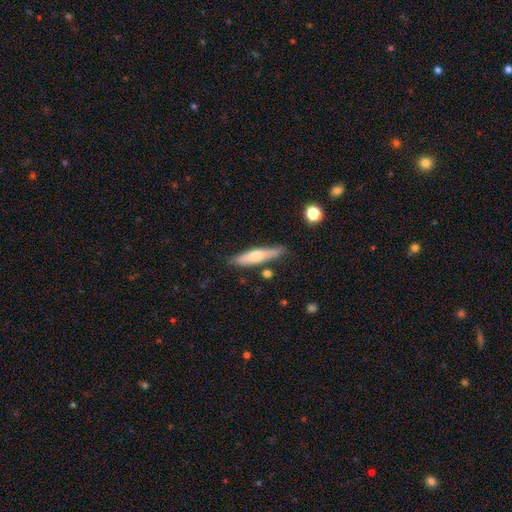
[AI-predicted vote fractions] Q: Smooth or featured?
A: smooth (57%); runner-up: featured or disk (37%)
Q: How rounded?
A: cigar-shaped (79%); runner-up: in between (19%)
Q: Merging?
A: none (77%); runner-up: minor disturbance (15%)